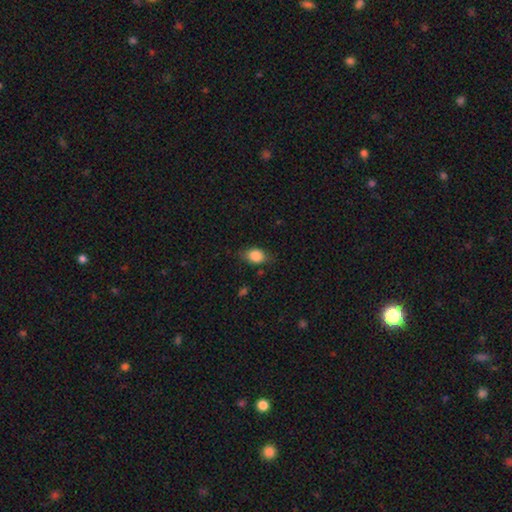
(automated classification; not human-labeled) A smooth galaxy with no disk features (85%) that is in between round and cigar-shaped (76%). Merging: none (72%).